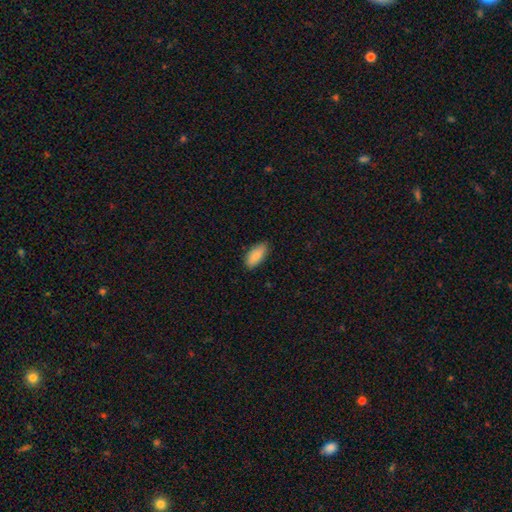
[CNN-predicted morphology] Smooth or featured? Predicted: smooth (p=0.87). How rounded? Predicted: in between (p=0.89). Merging? Predicted: none (p=0.82).